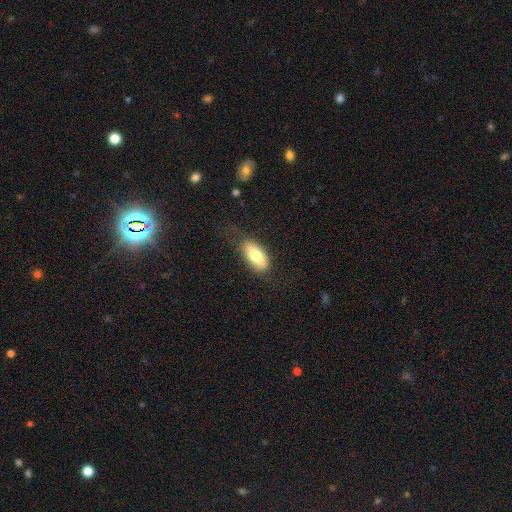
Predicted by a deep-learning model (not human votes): Smooth or featured?
  - smooth: 79% *
  - featured or disk: 15%
  - star or artifact: 6%
How rounded?
  - in between: 89% *
  - cigar-shaped: 9%
  - round: 3%
Merging?
  - none: 69% *
  - minor disturbance: 21%
  - major disturbance: 9%
  - merger: 1%